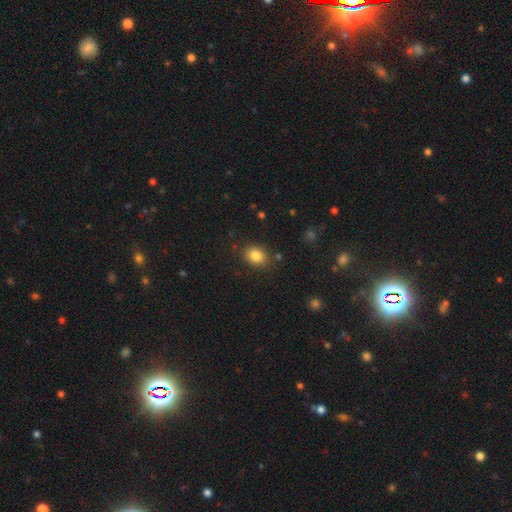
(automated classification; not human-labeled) The model was most divided on "how rounded": in between: 62%, round: 37%, cigar-shaped: 1%. More confident: smooth or featured — smooth (84%); merging — none (82%).